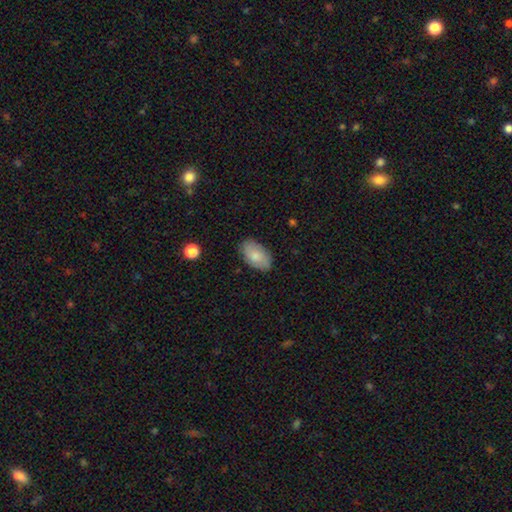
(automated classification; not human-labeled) Morphology: type=smooth (75%); roundness=in between (94%); merging=none (83%).